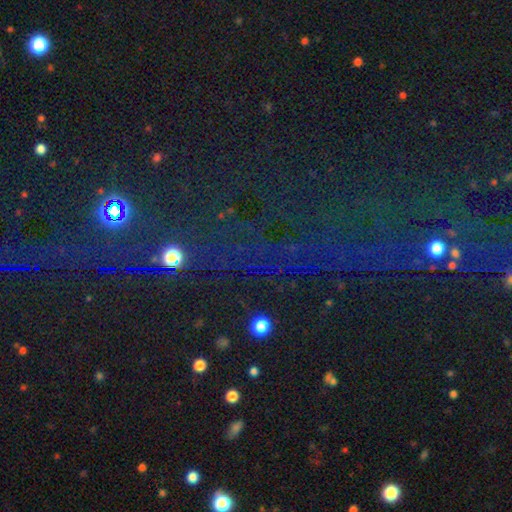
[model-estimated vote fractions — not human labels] Q: Smooth or featured?
A: star or artifact (78%); runner-up: smooth (14%)